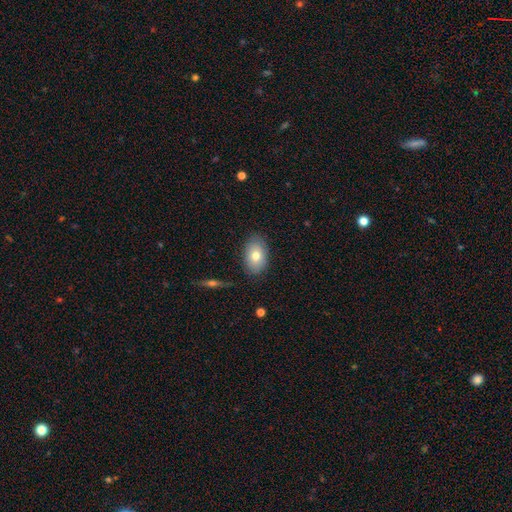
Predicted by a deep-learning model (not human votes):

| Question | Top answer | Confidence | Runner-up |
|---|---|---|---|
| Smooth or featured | smooth | 75% | featured or disk (18%) |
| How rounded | in between | 88% | round (10%) |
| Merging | none | 83% | minor disturbance (12%) |